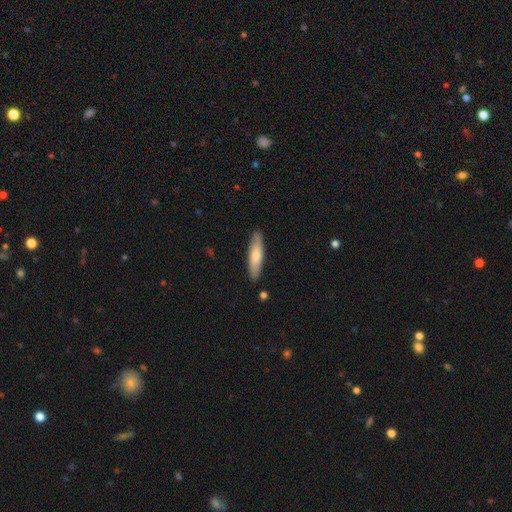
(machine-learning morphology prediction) This is likely a smooth galaxy (69%). How rounded: likely cigar-shaped (73%). Merging: clearly none (87%).